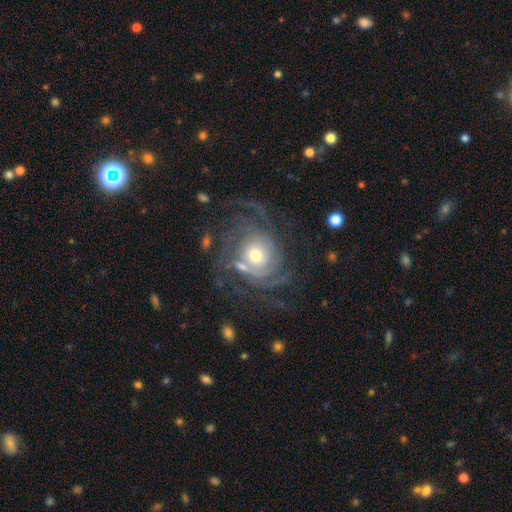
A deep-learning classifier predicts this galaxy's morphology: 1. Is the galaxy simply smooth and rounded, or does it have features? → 84% featured or disk, 9% smooth, 7% star or artifact.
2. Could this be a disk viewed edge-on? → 97% no, 3% yes.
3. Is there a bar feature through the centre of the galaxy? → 78% no, 17% weak, 5% strong.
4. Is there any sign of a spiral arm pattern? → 94% yes, 6% no.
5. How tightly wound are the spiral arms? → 55% tight, 31% medium, 14% loose.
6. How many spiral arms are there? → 26% can't tell, 23% 3, 20% 2, 14% 4, 9% more than 4, 8% 1.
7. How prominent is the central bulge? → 57% moderate, 30% small, 9% large, 2% dominant, 1% none.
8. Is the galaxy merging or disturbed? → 58% none, 19% major disturbance, 16% minor disturbance, 7% merger.